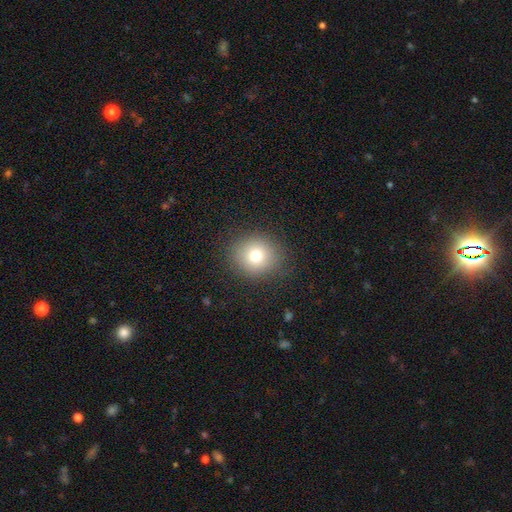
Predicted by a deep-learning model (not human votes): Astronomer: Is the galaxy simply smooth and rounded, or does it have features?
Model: smooth — 76%.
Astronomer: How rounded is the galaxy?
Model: round — 83%.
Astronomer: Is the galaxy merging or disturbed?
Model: none — 87%.